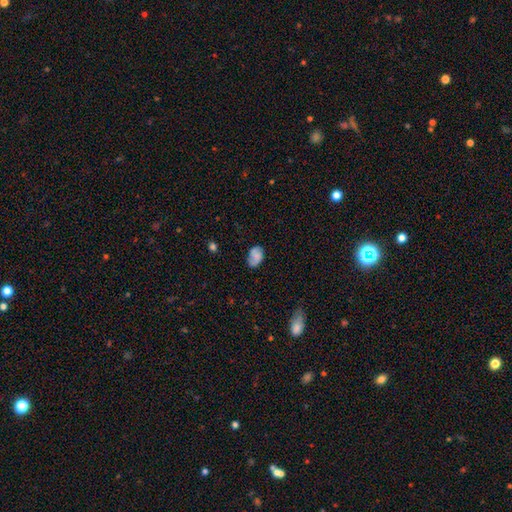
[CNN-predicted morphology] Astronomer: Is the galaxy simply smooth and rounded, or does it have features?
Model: smooth — 74%.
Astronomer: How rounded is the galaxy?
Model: in between — 87%.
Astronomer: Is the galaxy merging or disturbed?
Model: none — 65%.